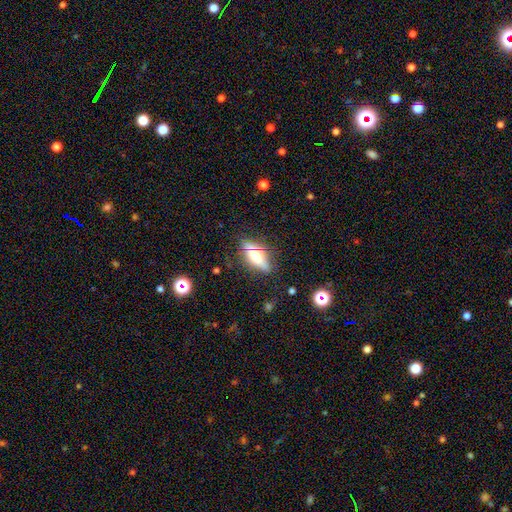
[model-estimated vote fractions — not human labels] Smooth or featured? smooth (47%)
Merging? none (75%)